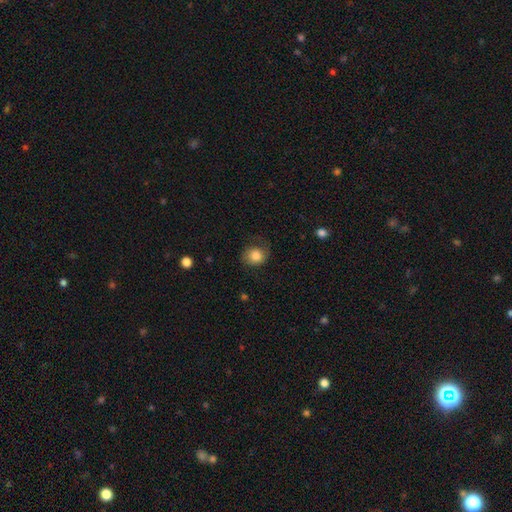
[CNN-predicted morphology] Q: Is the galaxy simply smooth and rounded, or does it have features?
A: smooth — 78%.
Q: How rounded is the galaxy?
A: round — 71%.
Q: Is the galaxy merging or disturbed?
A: none — 56%.